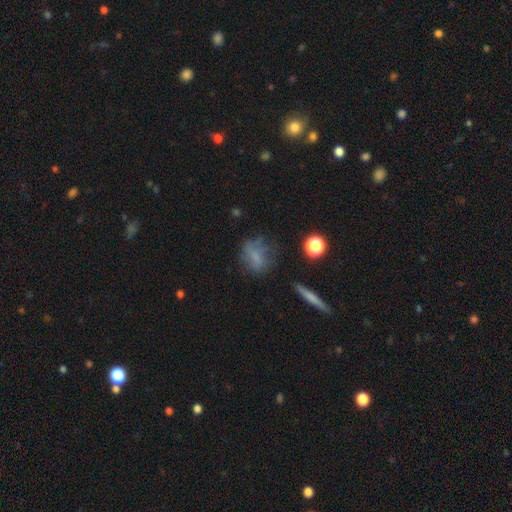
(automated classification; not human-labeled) A smooth galaxy with no disk features (60%) that is round (49%). Merging: none (56%).